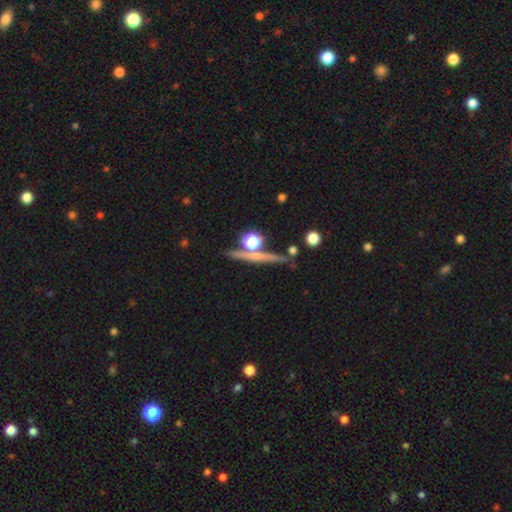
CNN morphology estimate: smooth_or_featured: featured or disk (p=0.47) [alt: smooth p=0.37]
merging: none (p=0.78) [alt: minor disturbance p=0.09]